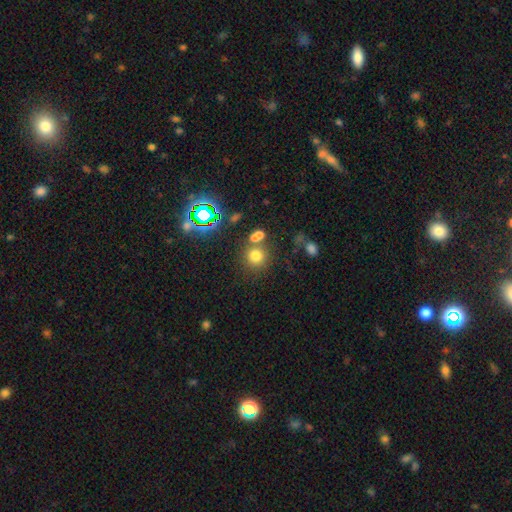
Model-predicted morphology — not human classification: Smooth or featured?
  - smooth: 71% *
  - star or artifact: 20%
  - featured or disk: 9%
How rounded?
  - round: 87% *
  - in between: 12%
  - cigar-shaped: 1%
Merging?
  - none: 62% *
  - merger: 23%
  - minor disturbance: 10%
  - major disturbance: 5%